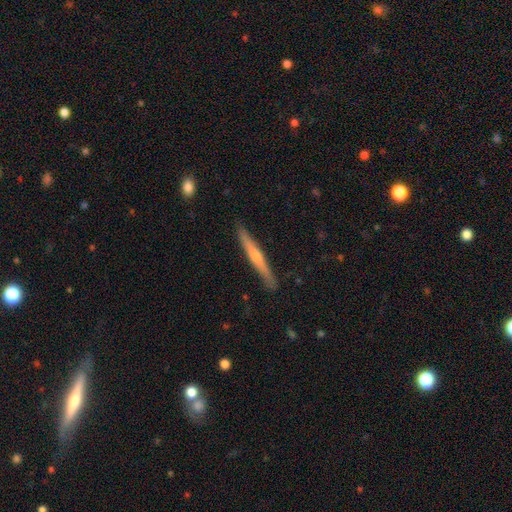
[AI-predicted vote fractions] The model was most divided on "smooth or featured": featured or disk: 61%, smooth: 34%, star or artifact: 5%. More confident: edge-on disk — yes (98%); merging — none (90%); edge-on bulge — rounded (70%).